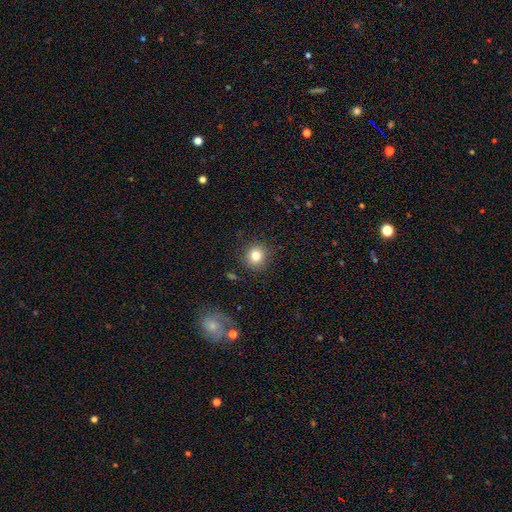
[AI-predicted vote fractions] smooth_or_featured: smooth (p=0.81) [alt: star or artifact p=0.11]
how_rounded: round (p=0.91) [alt: in between p=0.08]
merging: none (p=0.87) [alt: minor disturbance p=0.08]